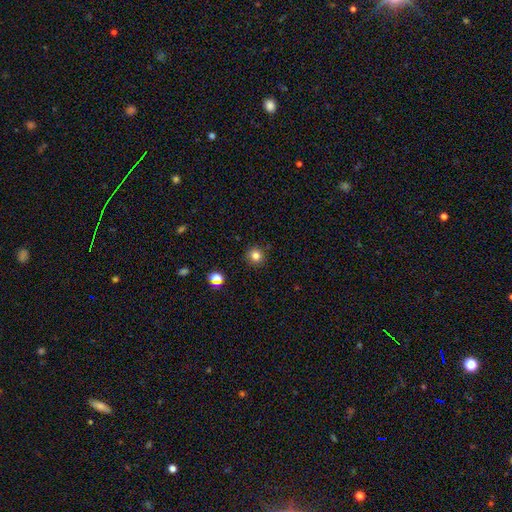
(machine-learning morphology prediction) smooth-or-featured: smooth: 80% | star or artifact: 14% | featured or disk: 6%
  how-rounded: round: 93% | in between: 6% | cigar-shaped: 1%
  merging: none: 90% | minor disturbance: 6% | major disturbance: 2% | merger: 2%